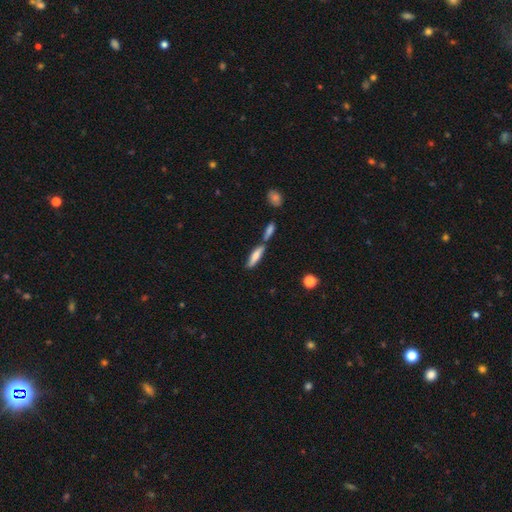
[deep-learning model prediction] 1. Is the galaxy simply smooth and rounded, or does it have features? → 68% smooth, 25% featured or disk, 7% star or artifact.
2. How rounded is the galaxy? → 67% cigar-shaped, 31% in between, 2% round.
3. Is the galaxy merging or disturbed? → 54% none, 29% merger, 13% minor disturbance, 4% major disturbance.